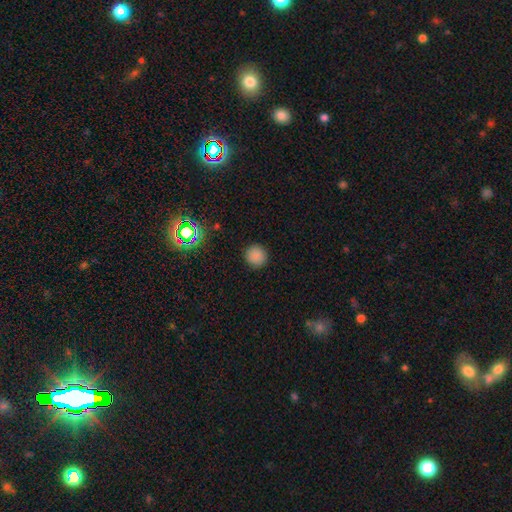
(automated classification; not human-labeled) This appears to be a smooth galaxy with no disk features (83%) that is round (95%). Merging: none (90%).